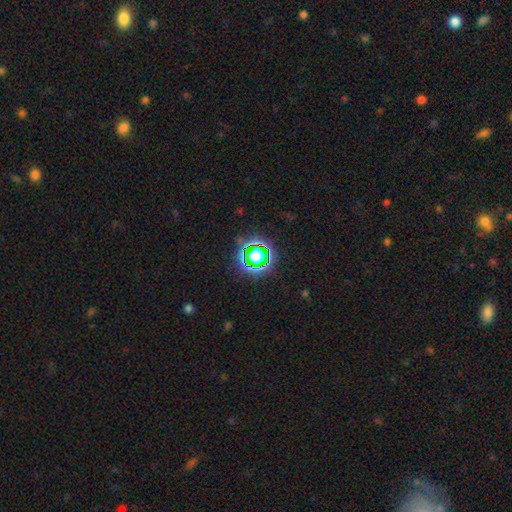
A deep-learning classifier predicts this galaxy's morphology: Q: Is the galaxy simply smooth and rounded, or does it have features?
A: star or artifact — 64%.